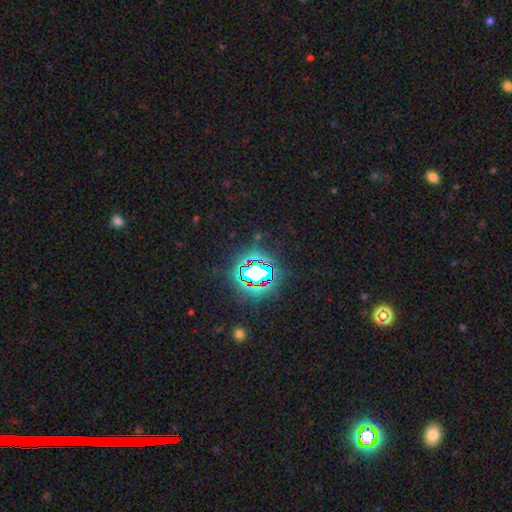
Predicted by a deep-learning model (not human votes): Q: Smooth or featured?
A: star or artifact (82%); runner-up: smooth (11%)